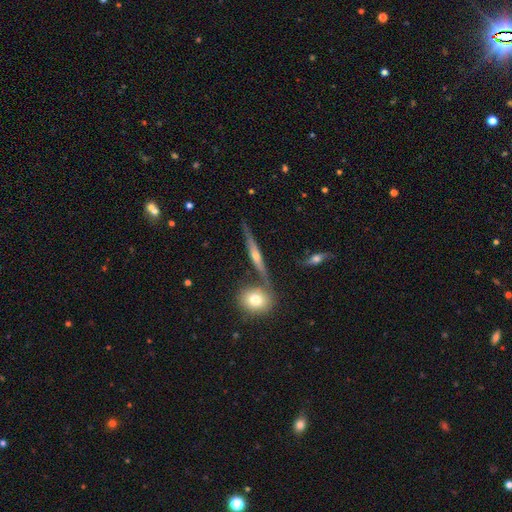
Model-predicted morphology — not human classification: Smooth or featured: featured or disk — 67% (smooth — 25%)
Edge-on disk: yes — 91% (no — 9%)
Edge-on bulge: rounded — 82% (none — 11%)
Merging: none — 71% (minor disturbance — 14%)